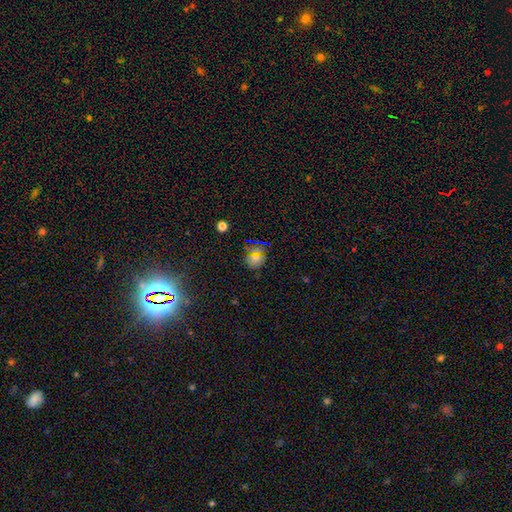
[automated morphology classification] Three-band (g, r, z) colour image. It shows a smooth galaxy with no disk features (62%) that is round (76%). Merging: none (80%).